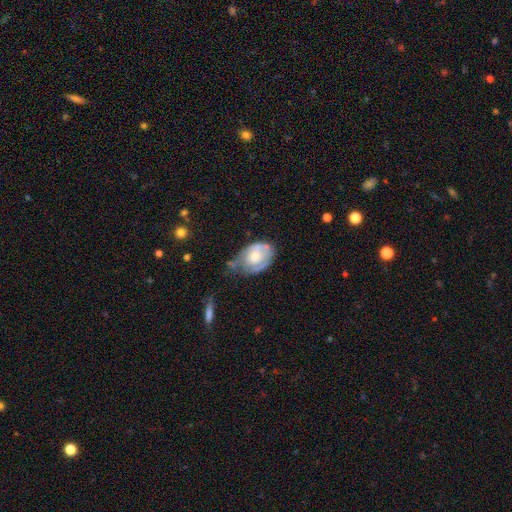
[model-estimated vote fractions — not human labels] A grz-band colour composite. It shows a featured or disk galaxy (53%) with no bar (80%), spiral arms (56%) and a moderate central bulge (48%). Merging: minor disturbance (40%).